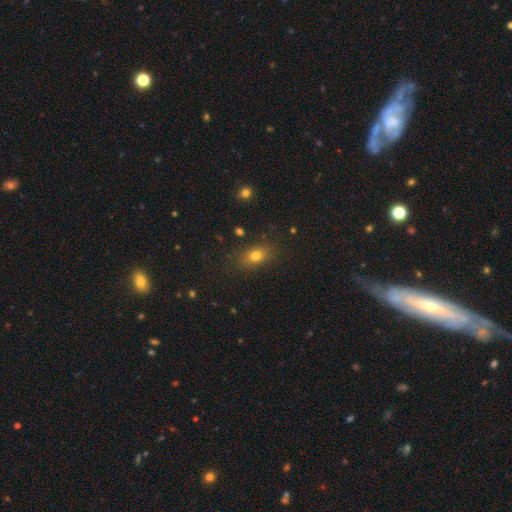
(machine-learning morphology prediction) Smooth or featured: smooth — 75% (star or artifact — 14%)
How rounded: in between — 73% (round — 24%)
Merging: none — 82% (minor disturbance — 12%)